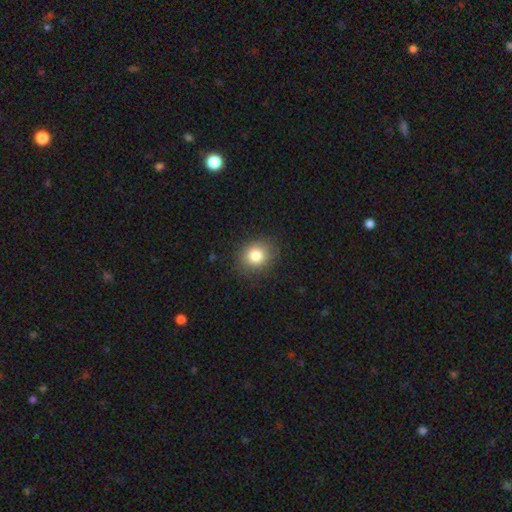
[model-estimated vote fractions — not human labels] Morphology: type=smooth (82%); roundness=round (69%); merging=none (87%).